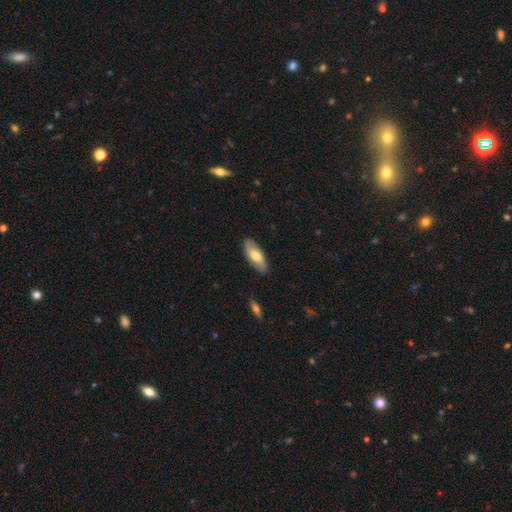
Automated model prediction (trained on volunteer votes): smooth 56%, featured or disk 38%, star or artifact 6%. Down the decision tree: how rounded — in between (76%); merging — none (84%).